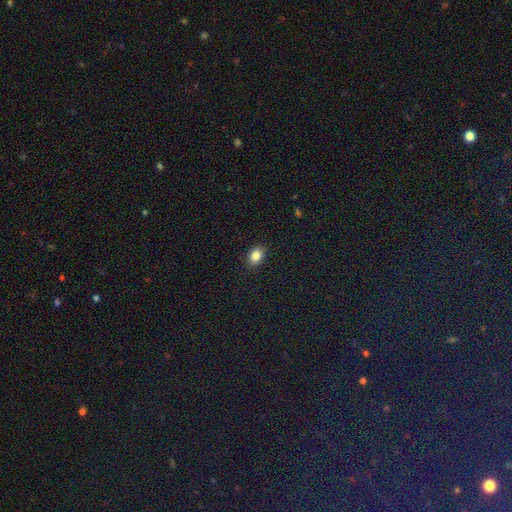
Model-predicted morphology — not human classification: Smooth or featured: smooth — 85% (star or artifact — 9%)
How rounded: in between — 75% (round — 23%)
Merging: none — 88% (minor disturbance — 9%)